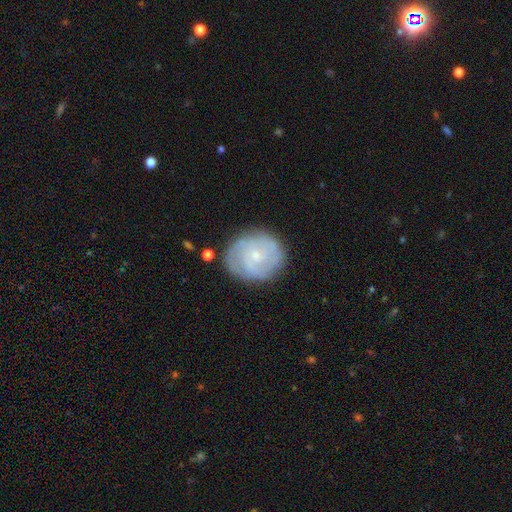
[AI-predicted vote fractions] Smooth or featured?
  - featured or disk: 64% *
  - smooth: 29%
  - star or artifact: 7%
Edge-on disk?
  - no: 97% *
  - yes: 3%
Bar?
  - no: 72% *
  - weak: 24%
  - strong: 4%
Spiral arms?
  - yes: 83% *
  - no: 17%
Spiral winding?
  - tight: 59% *
  - medium: 31%
  - loose: 10%
Spiral arm count?
  - can't tell: 42% *
  - 3: 20%
  - 2: 19%
  - 4: 9%
  - 1: 5%
  - more than 4: 5%
Bulge size?
  - small: 75% *
  - moderate: 20%
  - none: 3%
  - large: 1%
  - dominant: 1%
Merging?
  - none: 78% *
  - minor disturbance: 15%
  - major disturbance: 5%
  - merger: 2%